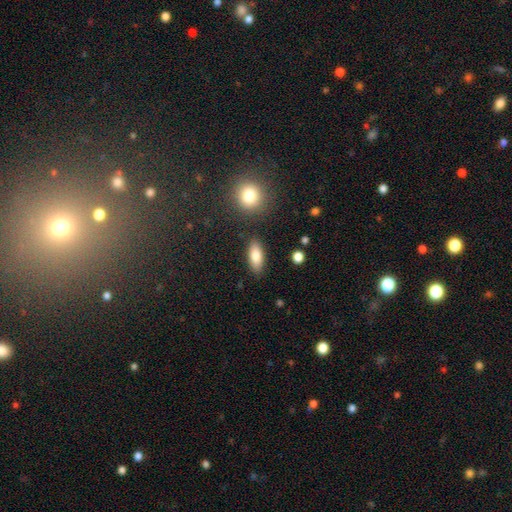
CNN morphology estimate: Smooth or featured: smooth — 83% (featured or disk — 10%)
How rounded: in between — 80% (cigar-shaped — 17%)
Merging: none — 86% (minor disturbance — 9%)